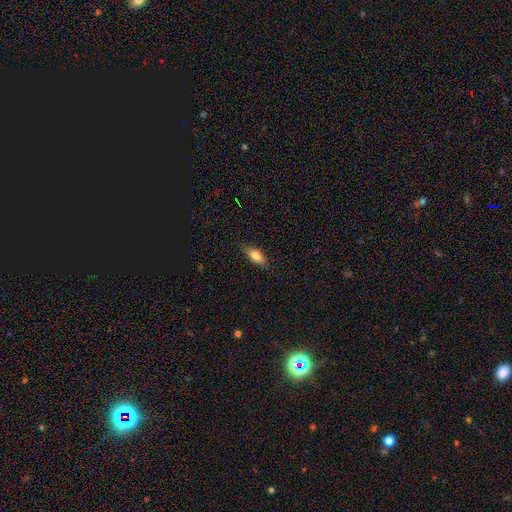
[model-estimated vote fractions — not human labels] smooth-or-featured: smooth: 77% | featured or disk: 16% | star or artifact: 7%
  how-rounded: in between: 71% | cigar-shaped: 26% | round: 3%
  merging: none: 82% | minor disturbance: 14% | major disturbance: 3% | merger: 1%